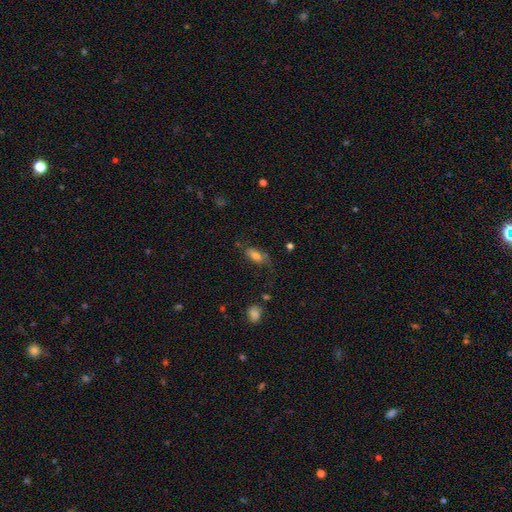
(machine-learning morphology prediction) Smooth or featured? smooth (68%)
How rounded? in between (82%)
Merging? none (57%)